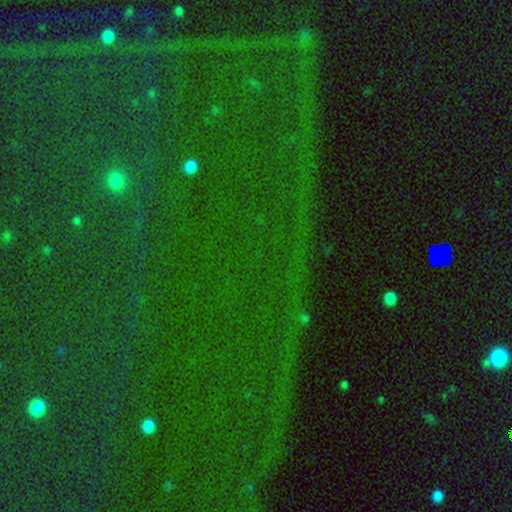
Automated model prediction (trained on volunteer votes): Smooth or featured?
  - star or artifact: 82% *
  - smooth: 9%
  - featured or disk: 9%